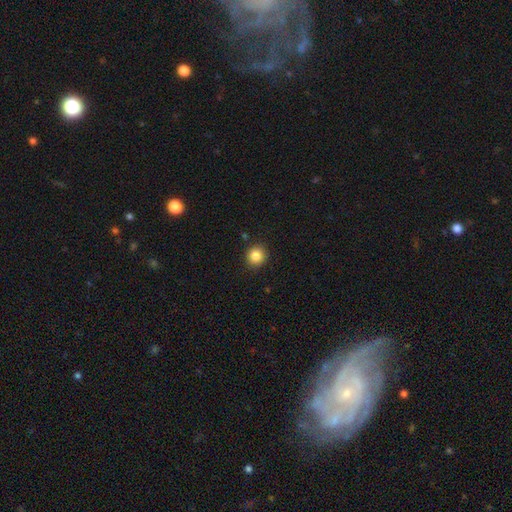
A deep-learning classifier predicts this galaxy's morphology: Overall: smooth (85%). How rounded: round (89%). Merging: none (89%).